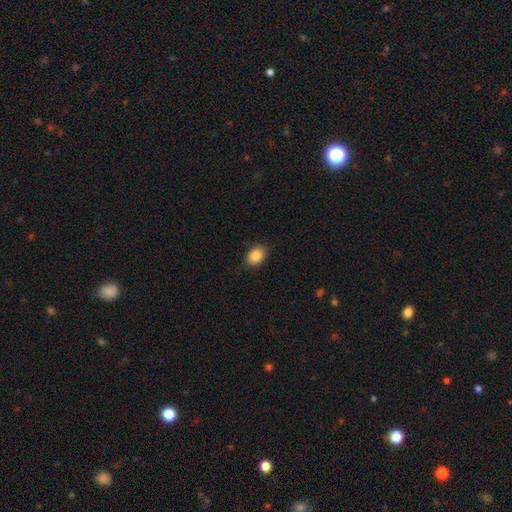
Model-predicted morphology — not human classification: A smooth galaxy with no disk features (86%) that is in between round and cigar-shaped (74%). Merging: none (86%).